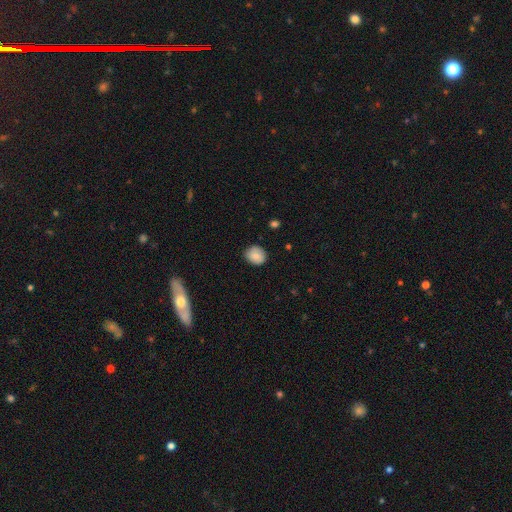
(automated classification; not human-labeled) Overall: smooth (84%). How rounded: round (74%). Merging: none (83%).